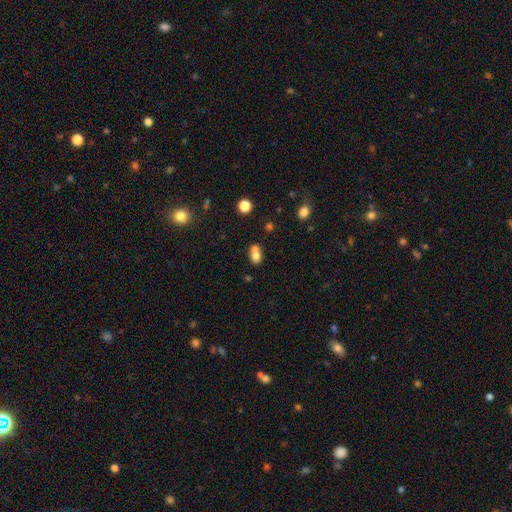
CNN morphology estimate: Overall: smooth (74%). How rounded: in between (56%; round 43%). Merging: merger (49%; none 34%).